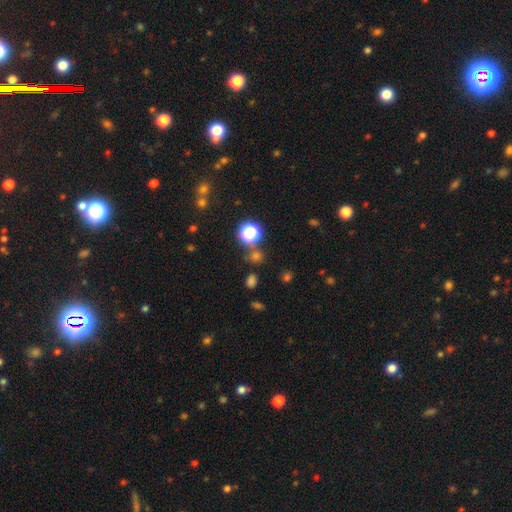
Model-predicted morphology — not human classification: A smooth galaxy with no disk features (57%) that is round (77%).

Vote fractions:
- Smooth or featured? smooth: 57% / star or artifact: 37% / featured or disk: 6%
- How rounded? round: 77% / in between: 21% / cigar-shaped: 2%
- Merging? none: 73% / merger: 12% / minor disturbance: 10% / major disturbance: 5%